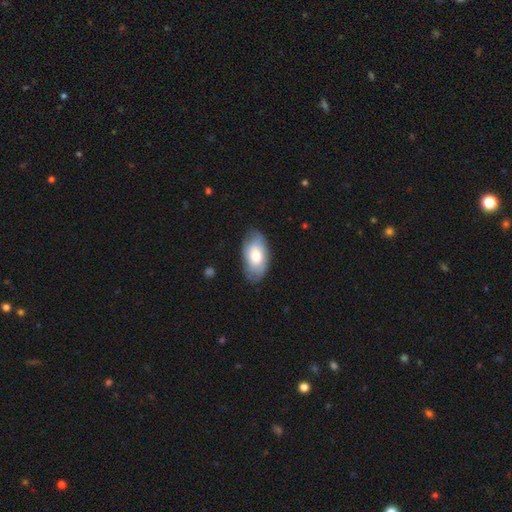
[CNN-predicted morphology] smooth-or-featured: smooth: 70% | featured or disk: 24% | star or artifact: 6%
  how-rounded: in between: 94% | round: 3% | cigar-shaped: 2%
  merging: none: 75% | minor disturbance: 19% | major disturbance: 4% | merger: 1%